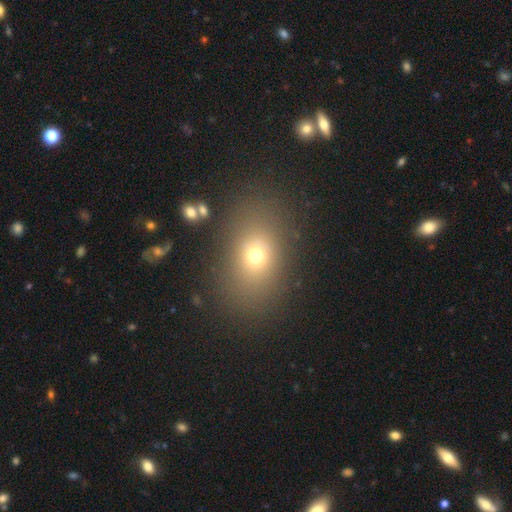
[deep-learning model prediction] smooth-or-featured: smooth: 68% | star or artifact: 18% | featured or disk: 14%
  how-rounded: in between: 68% | round: 30% | cigar-shaped: 2%
  merging: none: 82% | minor disturbance: 10% | major disturbance: 6% | merger: 2%